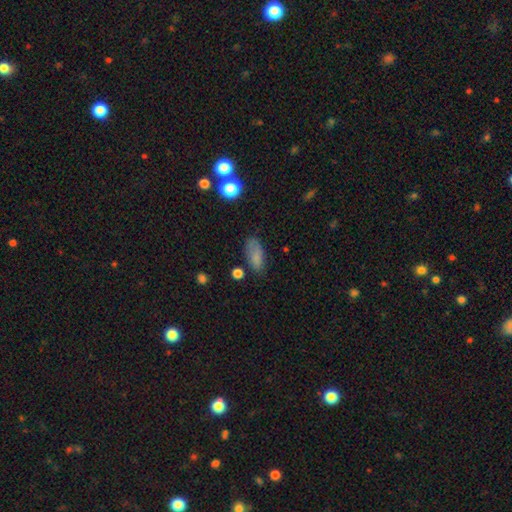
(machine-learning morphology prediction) type=smooth (80%); roundness=in between (85%); merging=none (64%).